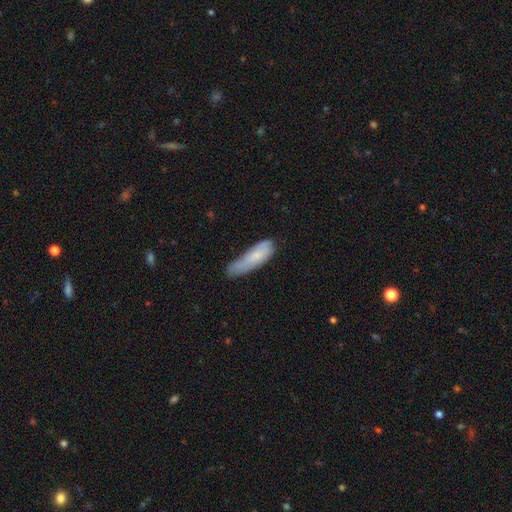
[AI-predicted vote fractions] A smooth galaxy with no disk features (72%) that is cigar-shaped (54%). Merging: minor disturbance (42%).